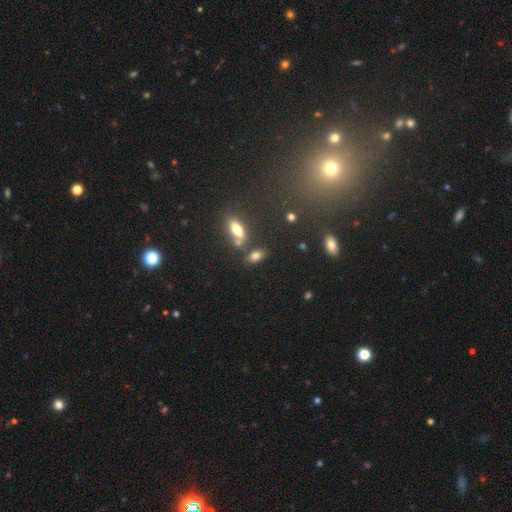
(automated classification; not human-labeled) Morphology: type=smooth (77%); roundness=in between (82%); merging=none (64%).